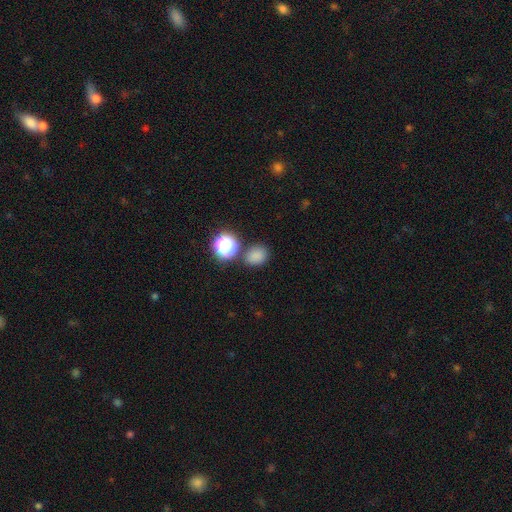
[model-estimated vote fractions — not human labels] smooth_or_featured: smooth (p=0.79) [alt: star or artifact p=0.17]
how_rounded: round (p=0.56) [alt: in between p=0.43]
merging: none (p=0.76) [alt: minor disturbance p=0.11]